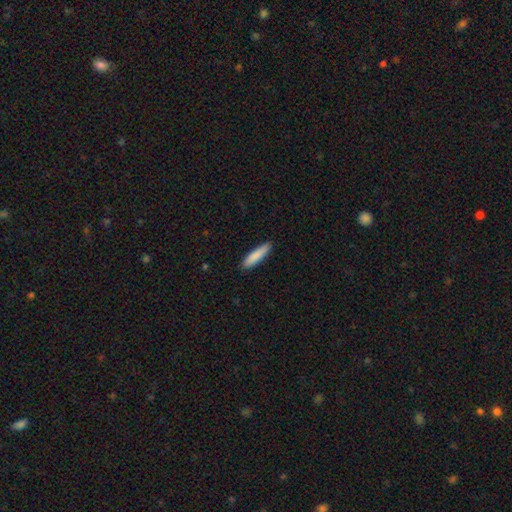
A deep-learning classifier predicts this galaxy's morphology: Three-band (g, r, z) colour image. It shows a smooth galaxy with no disk features (87%) that is cigar-shaped (79%). Merging: none (88%).